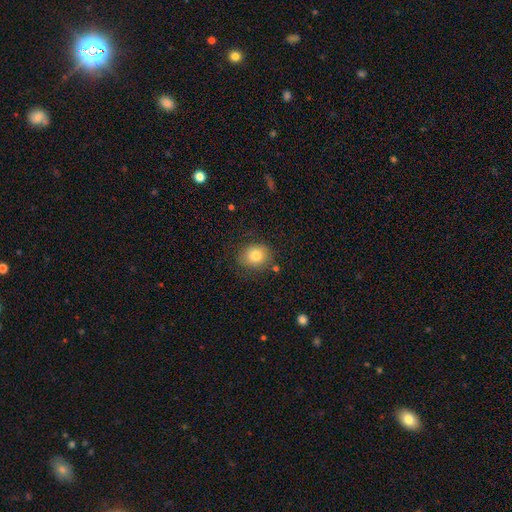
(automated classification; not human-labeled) smooth 81%, star or artifact 10%, featured or disk 9%. Down the decision tree: how rounded — round (70%); merging — none (80%).